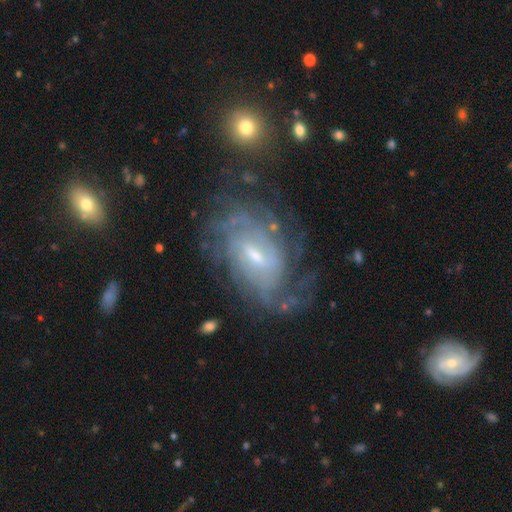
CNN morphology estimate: Smooth or featured? featured or disk (86%)
Edge-on disk? no (96%)
Bar? weak (58%)
Spiral arms? yes (95%)
Spiral winding? tight (58%)
Spiral arm count? can't tell (43%)
Bulge size? small (52%)
Merging? none (63%)